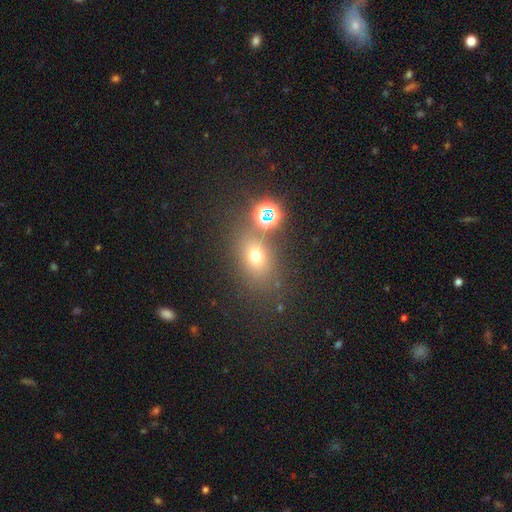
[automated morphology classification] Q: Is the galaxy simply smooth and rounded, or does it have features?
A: smooth — 62%.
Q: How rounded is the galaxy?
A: in between — 58%.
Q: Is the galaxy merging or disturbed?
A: none — 70%.